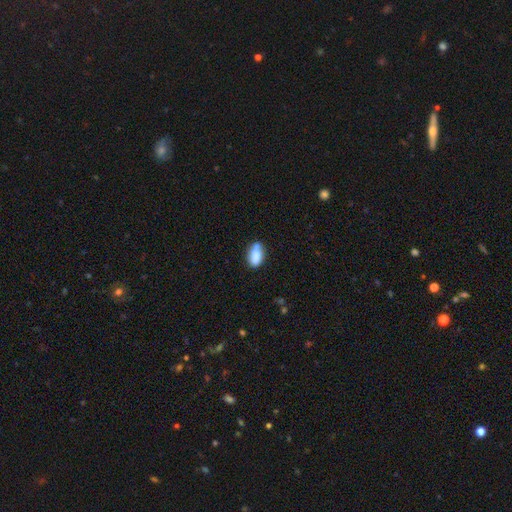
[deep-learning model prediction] Overall: smooth (80%). How rounded: in between (89%). Merging: none (55%; minor disturbance 23%).